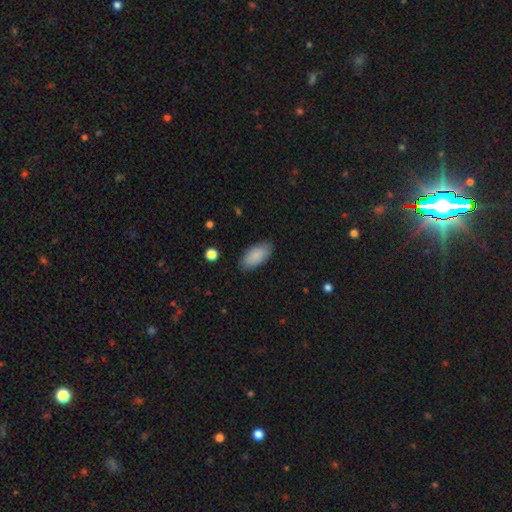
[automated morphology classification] Q: Smooth or featured?
A: smooth (87%); runner-up: featured or disk (6%)
Q: How rounded?
A: in between (92%); runner-up: cigar-shaped (6%)
Q: Merging?
A: none (85%); runner-up: minor disturbance (11%)